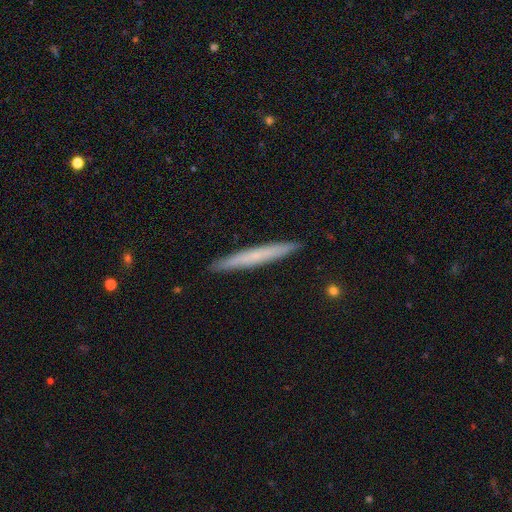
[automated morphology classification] A smooth galaxy with no disk features (56%) that is cigar-shaped (97%). Merging: none (92%).